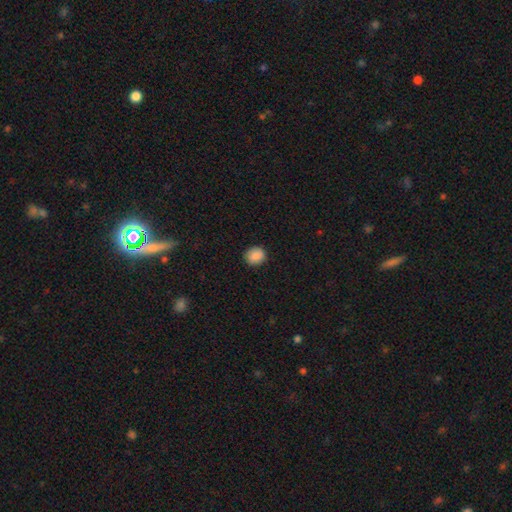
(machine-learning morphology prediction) A smooth galaxy with no disk features (89%) that is round (75%). Merging: none (88%).